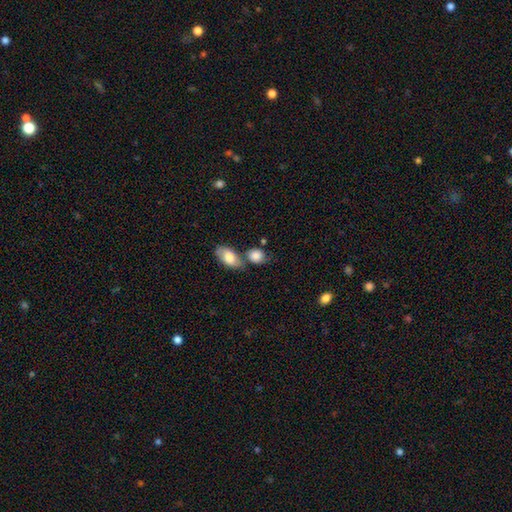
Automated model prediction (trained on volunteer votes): This appears to be a smooth galaxy with no disk features (82%) that is in between round and cigar-shaped (58%). Merging: none (44%).